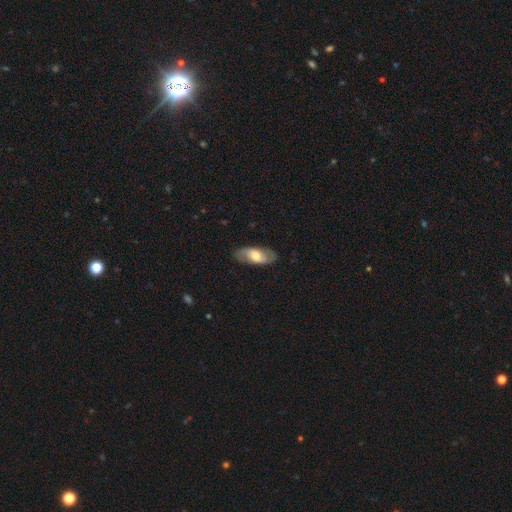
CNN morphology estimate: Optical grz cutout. It shows a featured or disk galaxy (50%). Merging: none (83%).